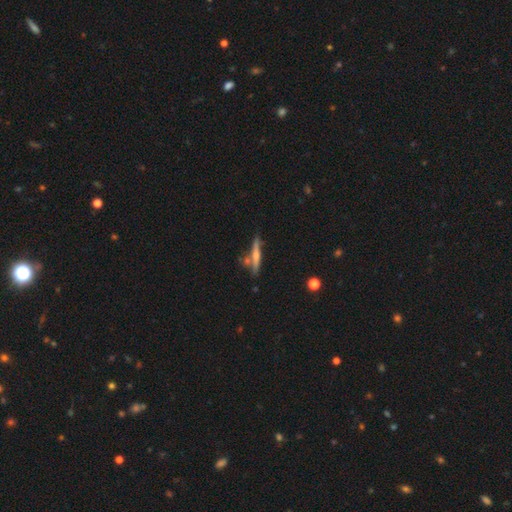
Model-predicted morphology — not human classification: type=featured or disk (59%); edge-on=yes (95%); edge-on bulge=rounded (70%); merging=none (71%).